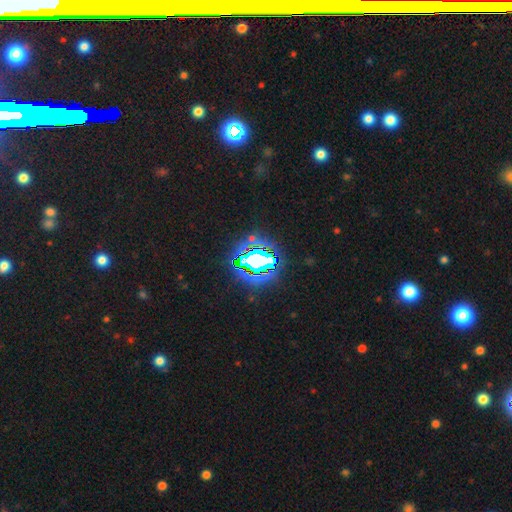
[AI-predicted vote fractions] A star or artifact, not a galaxy (76%).

Vote fractions:
- Smooth or featured? star or artifact: 76% / smooth: 14% / featured or disk: 10%